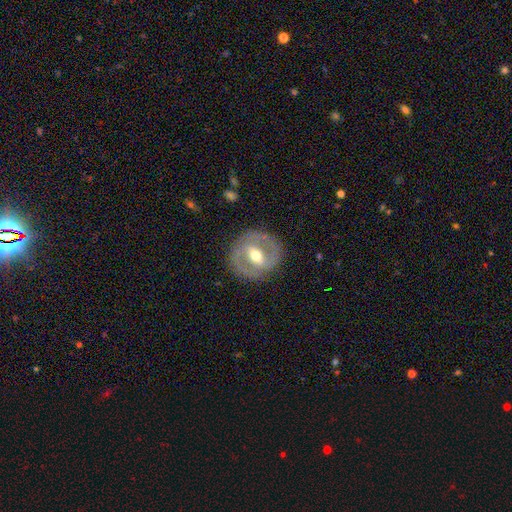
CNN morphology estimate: type=featured or disk (74%); edge-on=no (94%); bar=strong (46%); spiral arms=yes (57%); bulge=moderate (72%); merging=none (84%).